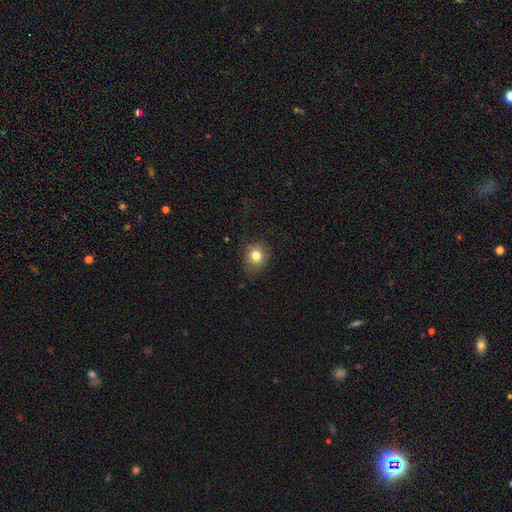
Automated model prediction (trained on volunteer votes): The model was most divided on "how rounded": round: 76%, in between: 23%, cigar-shaped: 1%. More confident: smooth or featured — smooth (80%); merging — none (75%).